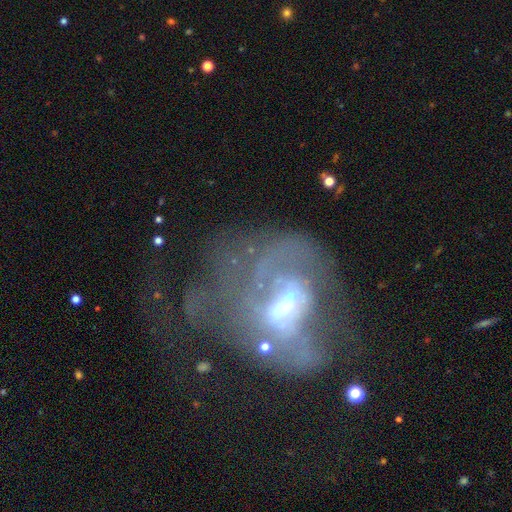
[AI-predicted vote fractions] Smooth or featured? Predicted: featured or disk (p=0.71). Edge-on disk? Predicted: no (p=0.95). Bar? Predicted: weak (p=0.42). Spiral arms? Predicted: yes (p=0.55). Bulge size? Predicted: moderate (p=0.56). Merging? Predicted: major disturbance (p=0.47).